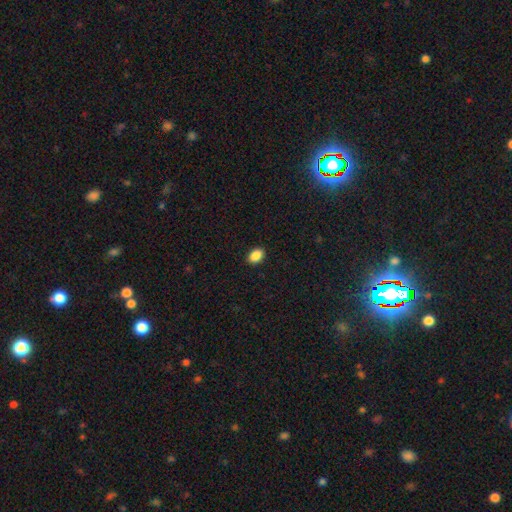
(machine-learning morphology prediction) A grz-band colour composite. It shows a smooth galaxy with no disk features (89%) that is in between round and cigar-shaped (80%). Merging: none (90%).